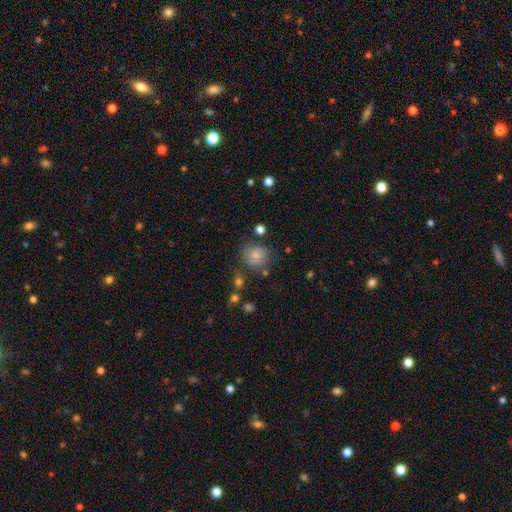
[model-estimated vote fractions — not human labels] Smooth or featured: smooth — 80% (star or artifact — 11%)
How rounded: round — 77% (in between — 22%)
Merging: none — 67% (minor disturbance — 20%)